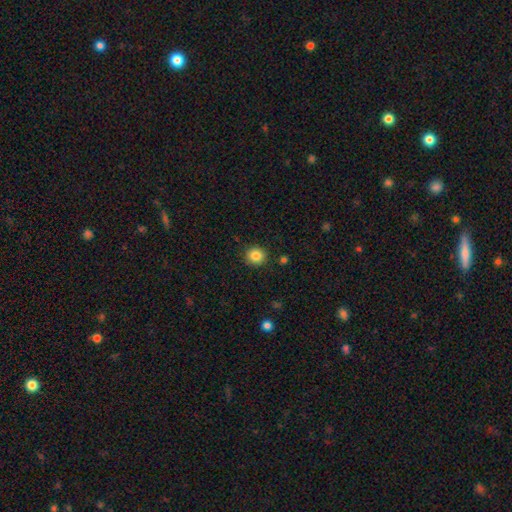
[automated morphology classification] A smooth galaxy with no disk features (85%) that is round (91%).

Vote fractions:
- Smooth or featured? smooth: 85% / star or artifact: 10% / featured or disk: 5%
- How rounded? round: 91% / in between: 8% / cigar-shaped: 1%
- Merging? none: 91% / minor disturbance: 6% / major disturbance: 2% / merger: 1%